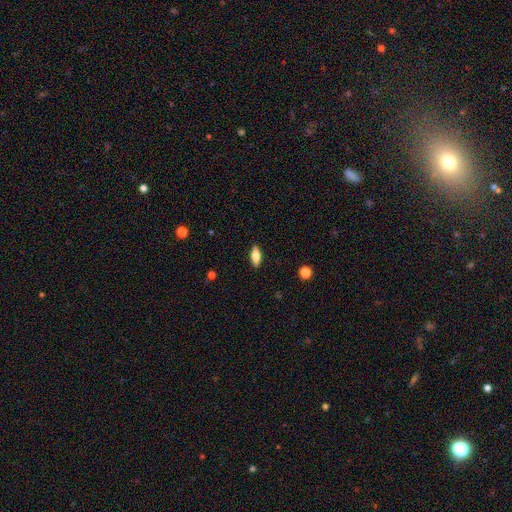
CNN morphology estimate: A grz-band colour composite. It shows a smooth galaxy with no disk features (73%) that is in between round and cigar-shaped (76%). Merging: none (89%).